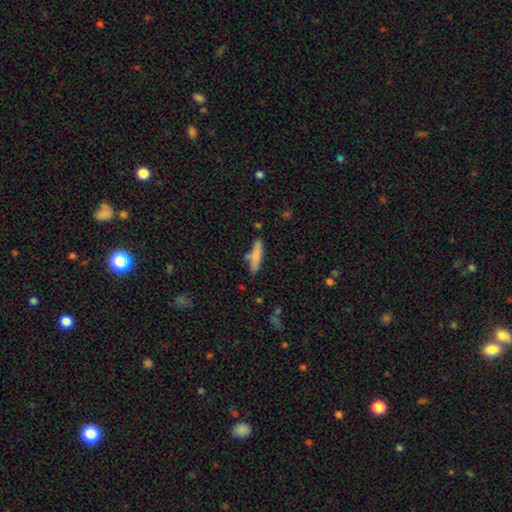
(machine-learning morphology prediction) Q: Smooth or featured?
A: smooth (74%); runner-up: featured or disk (20%)
Q: How rounded?
A: cigar-shaped (79%); runner-up: in between (19%)
Q: Merging?
A: none (69%); runner-up: minor disturbance (17%)